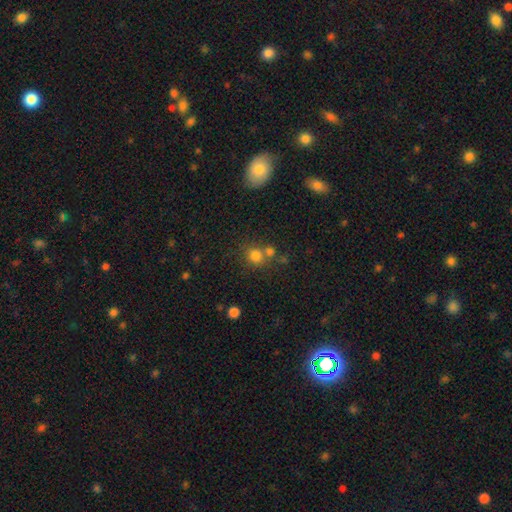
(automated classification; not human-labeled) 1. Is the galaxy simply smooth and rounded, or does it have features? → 78% smooth, 14% star or artifact, 8% featured or disk.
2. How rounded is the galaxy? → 82% round, 17% in between, 1% cigar-shaped.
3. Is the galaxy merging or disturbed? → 56% none, 30% merger, 10% minor disturbance, 4% major disturbance.